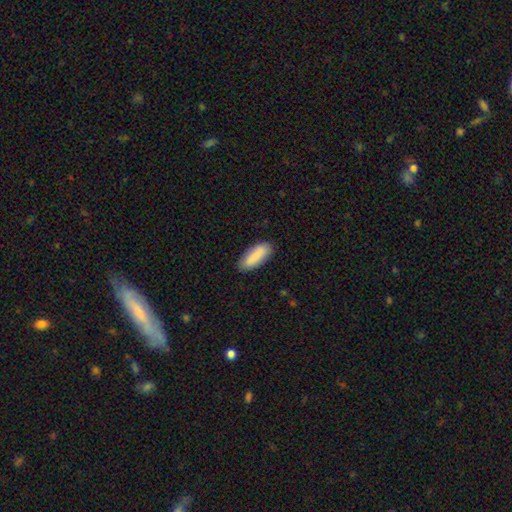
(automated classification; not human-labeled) A smooth galaxy with no disk features (88%) that is in between round and cigar-shaped (74%). Merging: none (85%).